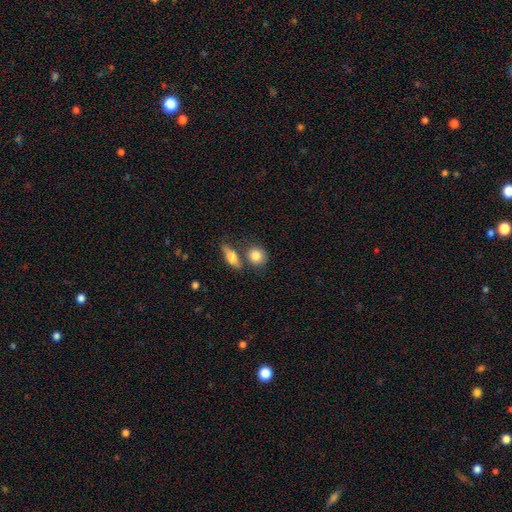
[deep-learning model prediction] Smooth or featured: smooth — 83% (featured or disk — 10%)
How rounded: round — 67% (in between — 29%)
Merging: none — 61% (merger — 23%)